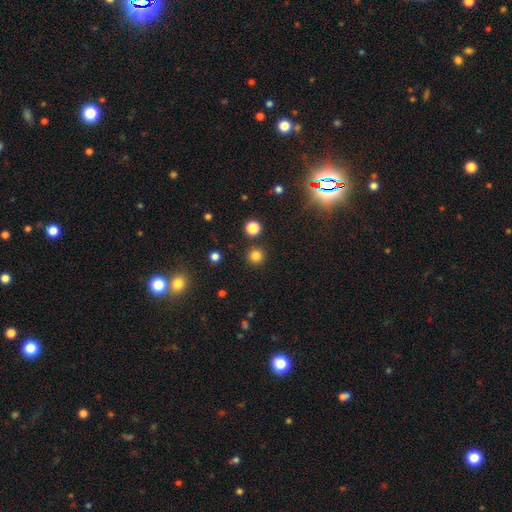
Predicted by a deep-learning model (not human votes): smooth 80%, star or artifact 16%, featured or disk 4%. Down the decision tree: how rounded — round (95%); merging — none (90%).